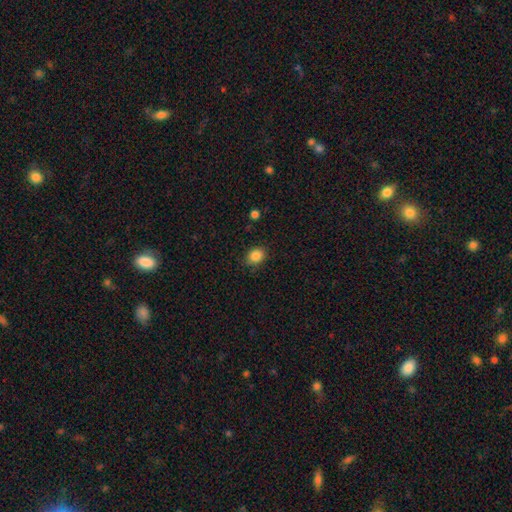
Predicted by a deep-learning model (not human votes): Smooth or featured? Predicted: smooth (p=0.86). How rounded? Predicted: in between (p=0.54). Merging? Predicted: none (p=0.85).